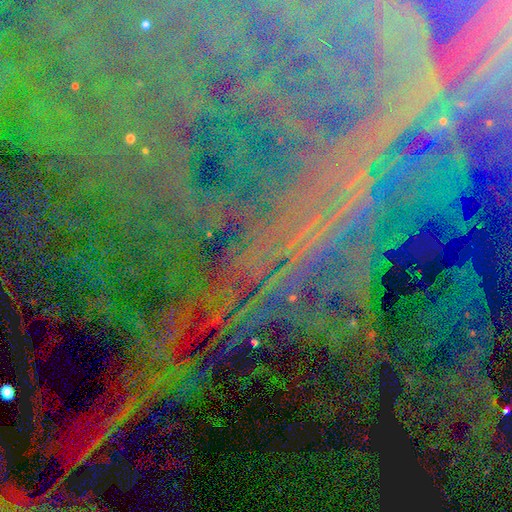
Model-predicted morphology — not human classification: smooth_or_featured: star or artifact (p=0.77) [alt: featured or disk p=0.14]